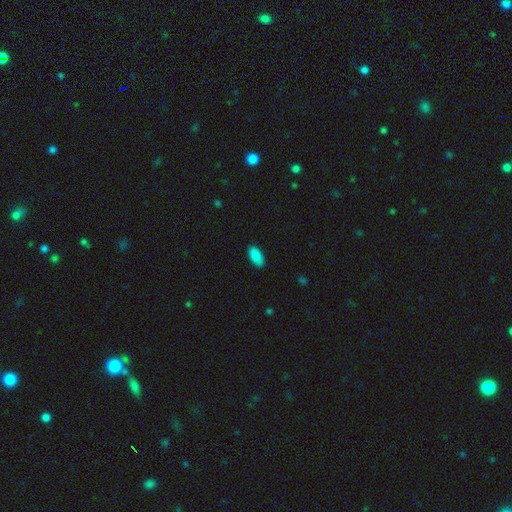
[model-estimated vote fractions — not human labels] Smooth or featured: smooth — 89% (star or artifact — 8%)
How rounded: in between — 94% (cigar-shaped — 4%)
Merging: none — 86% (minor disturbance — 11%)